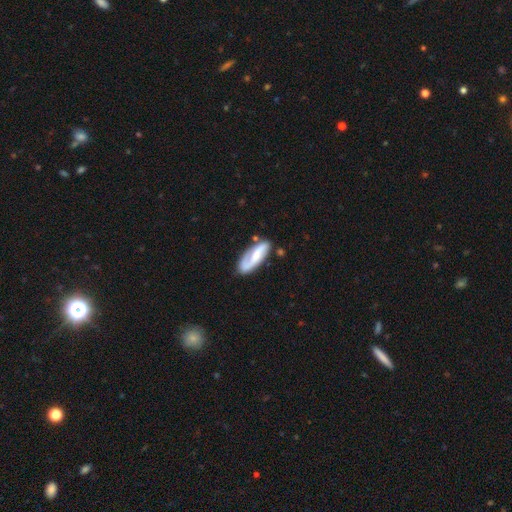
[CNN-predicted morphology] A featured or disk galaxy (67%) with no bar (37%), 2 (79%) loose (41%) spiral arms (91%) and a small central bulge (45%). Merging: none (74%).